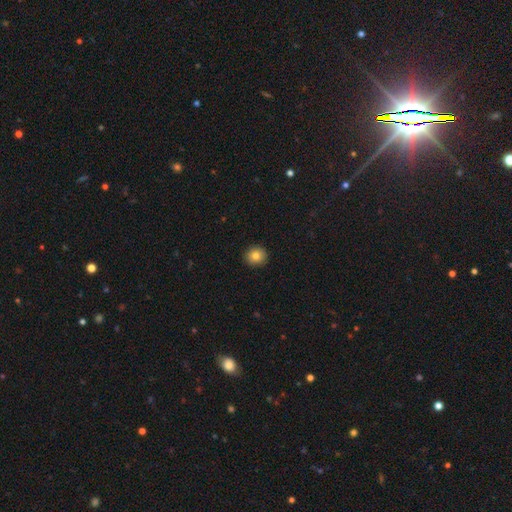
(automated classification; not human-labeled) This is clearly a smooth galaxy (81%). How rounded: clearly round (89%). Merging: clearly none (92%).